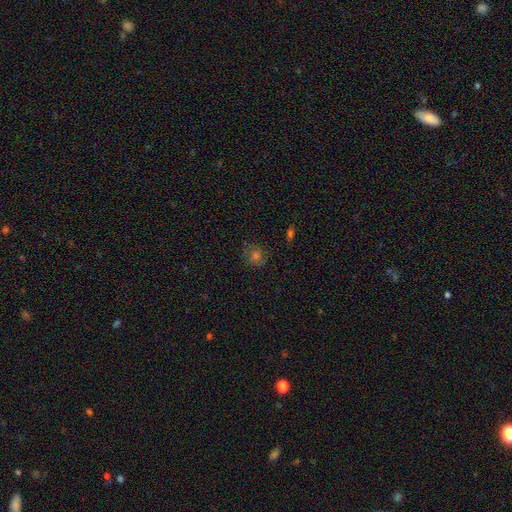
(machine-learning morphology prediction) Overall: smooth (60%; star or artifact 26%). How rounded: round (82%). Merging: none (79%).